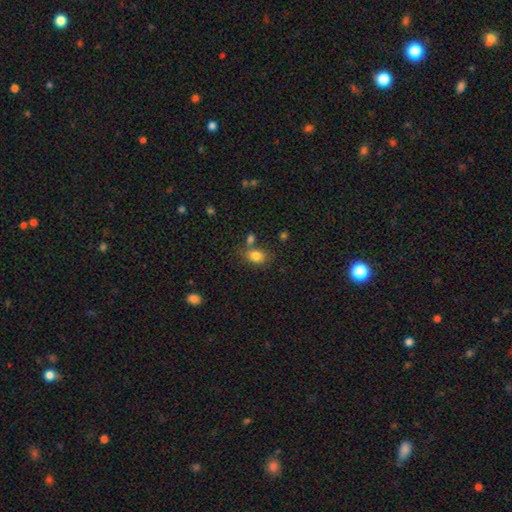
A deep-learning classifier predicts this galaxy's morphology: Smooth or featured: smooth — 83% (star or artifact — 10%)
How rounded: in between — 72% (round — 27%)
Merging: none — 60% (merger — 18%)